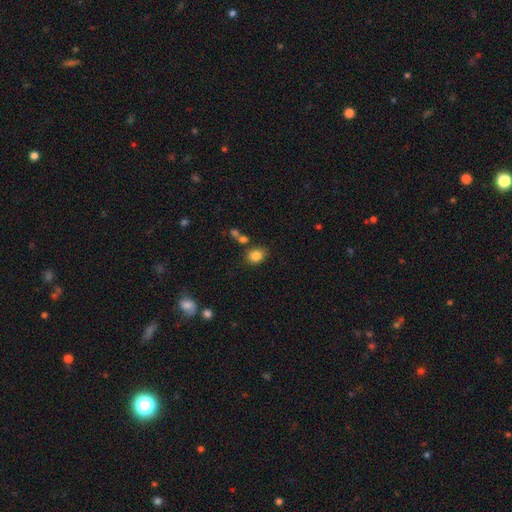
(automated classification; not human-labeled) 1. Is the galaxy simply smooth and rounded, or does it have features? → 84% smooth, 10% star or artifact, 6% featured or disk.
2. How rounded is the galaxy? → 54% round, 45% in between, 1% cigar-shaped.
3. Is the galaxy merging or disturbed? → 71% none, 15% minor disturbance, 10% merger, 5% major disturbance.